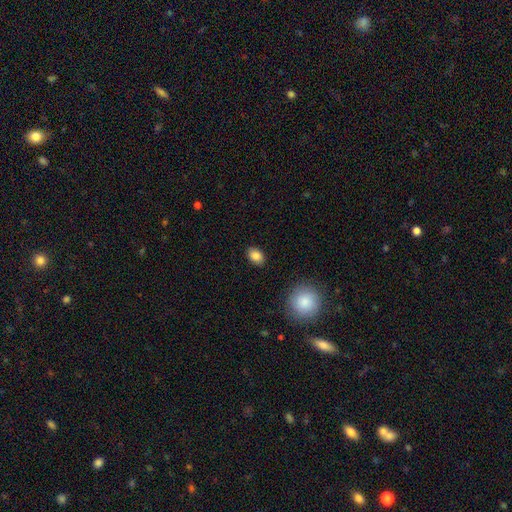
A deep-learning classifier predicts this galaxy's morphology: Q: Smooth or featured?
A: smooth (86%); runner-up: star or artifact (9%)
Q: How rounded?
A: in between (79%); runner-up: round (20%)
Q: Merging?
A: none (88%); runner-up: minor disturbance (8%)